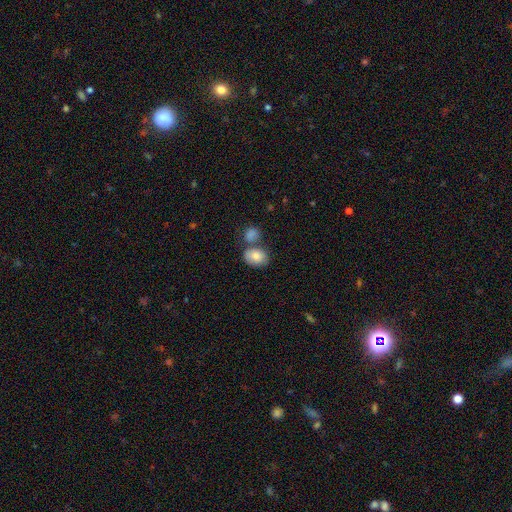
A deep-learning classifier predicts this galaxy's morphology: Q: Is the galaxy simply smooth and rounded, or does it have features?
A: smooth — 82%.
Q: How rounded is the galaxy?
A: in between — 71%.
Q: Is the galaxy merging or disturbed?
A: none — 48%.